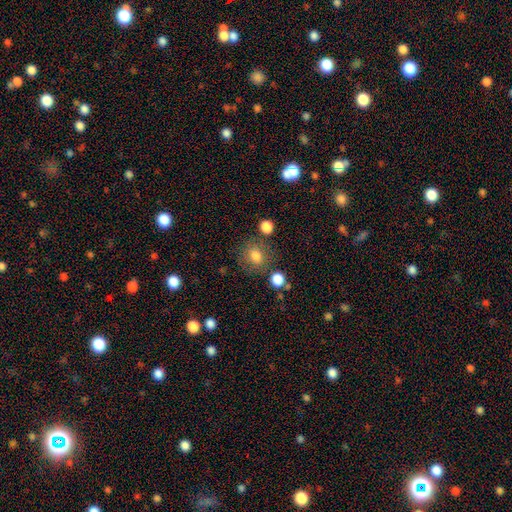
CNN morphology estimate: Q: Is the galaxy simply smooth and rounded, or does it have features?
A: smooth — 80%.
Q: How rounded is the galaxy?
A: round — 70%.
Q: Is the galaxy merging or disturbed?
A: none — 75%.